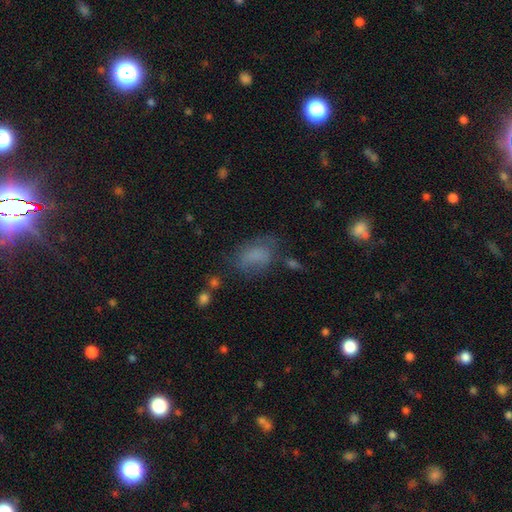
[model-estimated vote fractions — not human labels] A smooth galaxy with no disk features (69%) that is in between round and cigar-shaped (84%). Merging: none (49%).